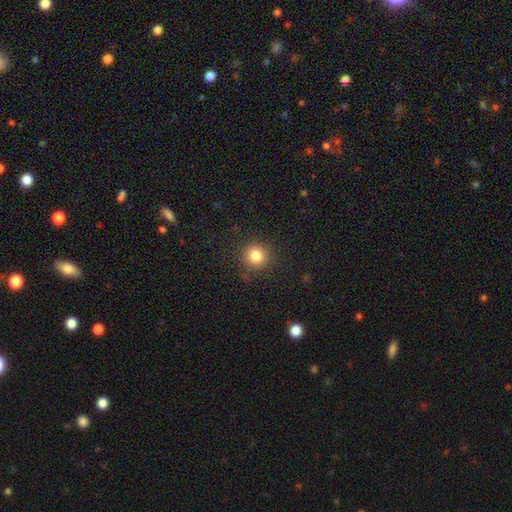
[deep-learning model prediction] Smooth or featured?
  - smooth: 82% *
  - star or artifact: 12%
  - featured or disk: 6%
How rounded?
  - round: 94% *
  - in between: 5%
  - cigar-shaped: 1%
Merging?
  - none: 88% *
  - minor disturbance: 8%
  - major disturbance: 3%
  - merger: 1%